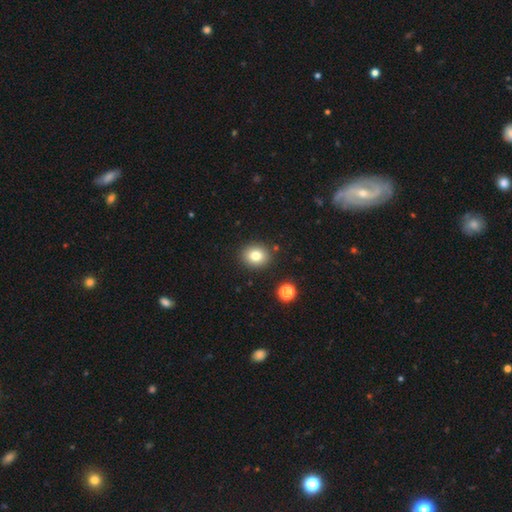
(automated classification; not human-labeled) This is clearly a smooth galaxy (80%). How rounded: likely round (67%). Merging: clearly none (87%).